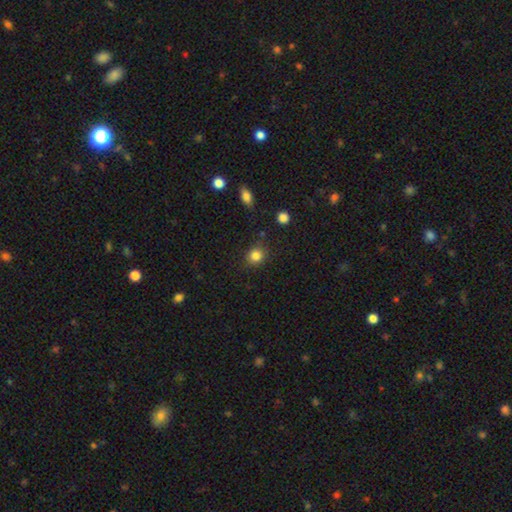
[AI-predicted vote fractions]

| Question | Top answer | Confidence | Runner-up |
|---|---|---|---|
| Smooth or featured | smooth | 84% | star or artifact (11%) |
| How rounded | round | 81% | in between (18%) |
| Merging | none | 82% | minor disturbance (12%) |